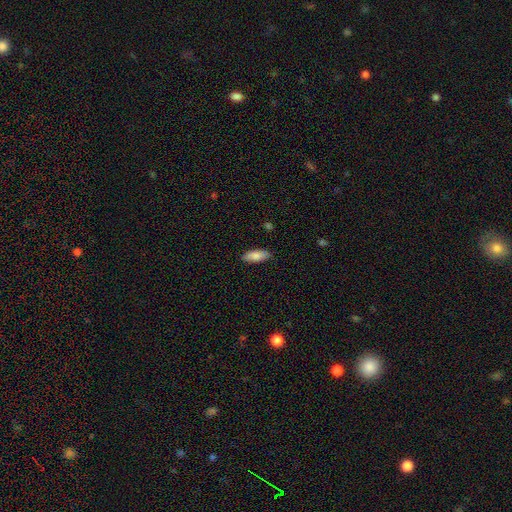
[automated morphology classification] The model was most divided on "how rounded": in between: 77%, cigar-shaped: 21%, round: 2%. More confident: merging — none (87%); smooth or featured — smooth (85%).